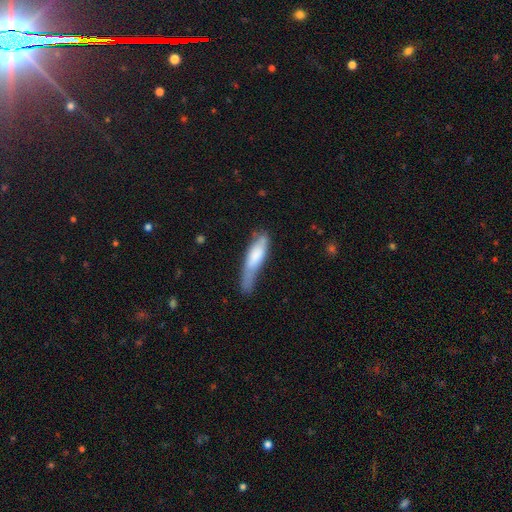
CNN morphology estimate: smooth_or_featured: smooth (p=0.71) [alt: featured or disk p=0.23]
how_rounded: cigar-shaped (p=0.68) [alt: in between p=0.30]
merging: minor disturbance (p=0.38) [alt: none p=0.37]